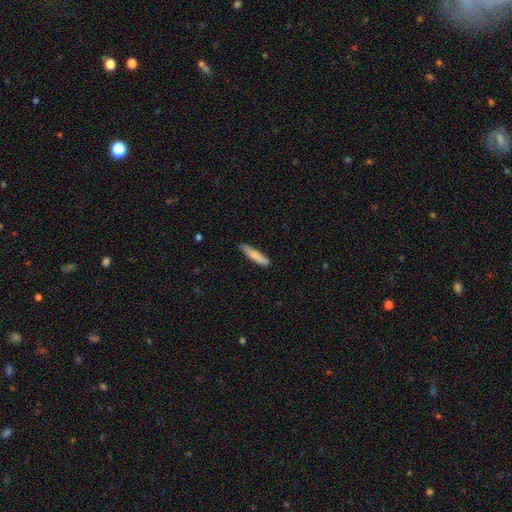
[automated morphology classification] A smooth galaxy with no disk features (78%) that is cigar-shaped (85%). Merging: none (86%).